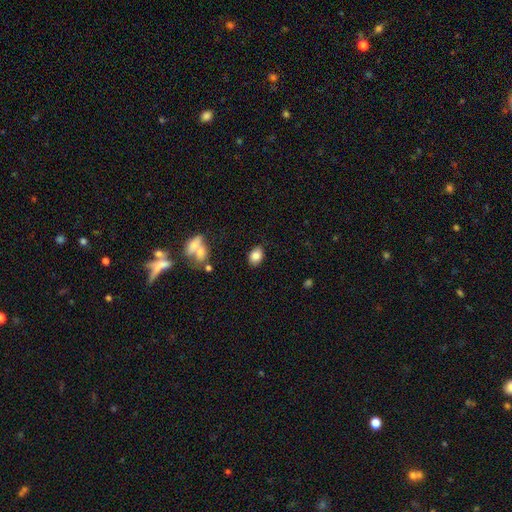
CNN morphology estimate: Smooth or featured: smooth — 83% (star or artifact — 8%)
How rounded: in between — 78% (round — 21%)
Merging: none — 82% (minor disturbance — 11%)